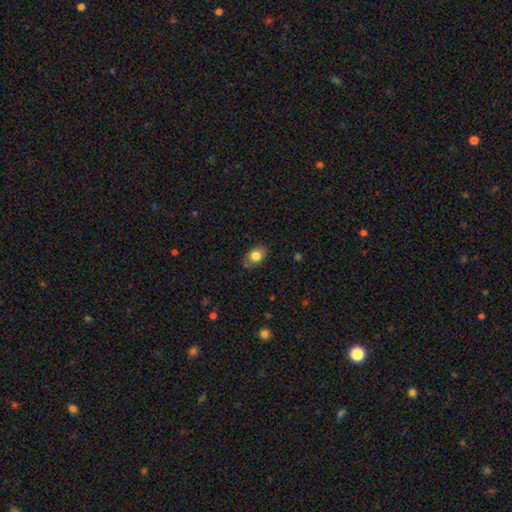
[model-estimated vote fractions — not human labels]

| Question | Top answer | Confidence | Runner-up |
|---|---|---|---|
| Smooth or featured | smooth | 81% | featured or disk (11%) |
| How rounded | in between | 73% | round (26%) |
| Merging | none | 76% | minor disturbance (19%) |